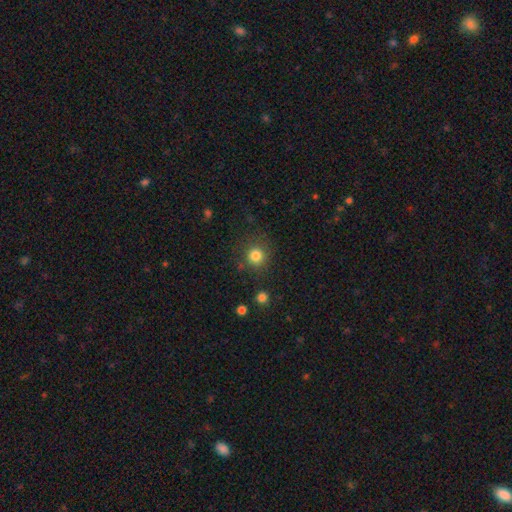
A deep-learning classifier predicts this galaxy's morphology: A smooth galaxy with no disk features (83%) that is round (93%).

Vote fractions:
- Smooth or featured? smooth: 83% / star or artifact: 12% / featured or disk: 5%
- How rounded? round: 93% / in between: 6% / cigar-shaped: 1%
- Merging? none: 83% / minor disturbance: 9% / major disturbance: 4% / merger: 4%